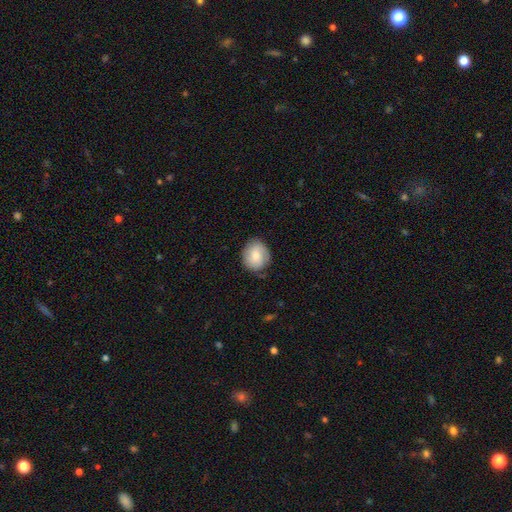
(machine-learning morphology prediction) smooth 66%, featured or disk 28%, star or artifact 7%. Down the decision tree: how rounded — round (73%); merging — none (73%).